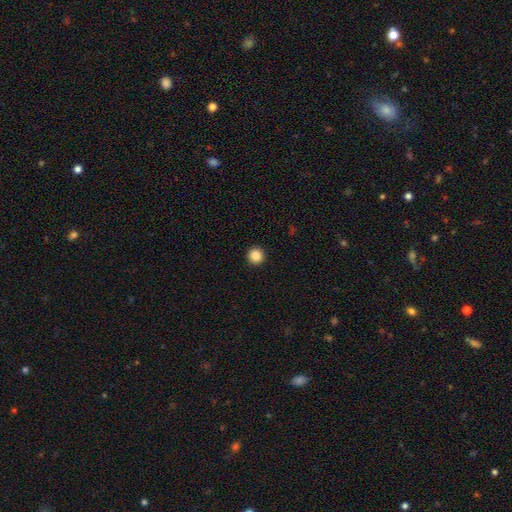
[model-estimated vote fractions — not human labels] smooth_or_featured: smooth (p=0.86) [alt: star or artifact p=0.10]
how_rounded: round (p=0.96) [alt: in between p=0.03]
merging: none (p=0.94) [alt: minor disturbance p=0.04]